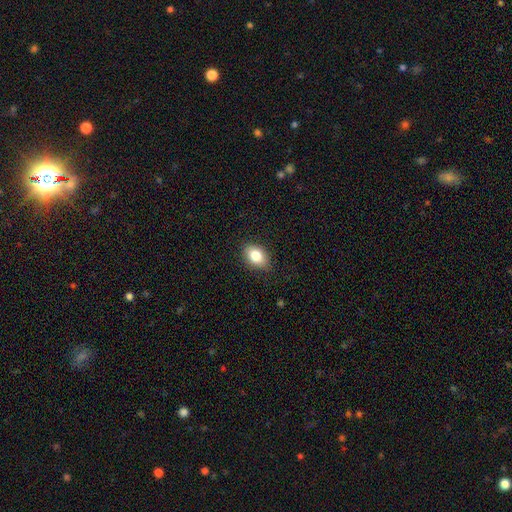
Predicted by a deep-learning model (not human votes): The model was most divided on "how rounded": in between: 82%, round: 17%, cigar-shaped: 1%. More confident: merging — none (85%); smooth or featured — smooth (81%).